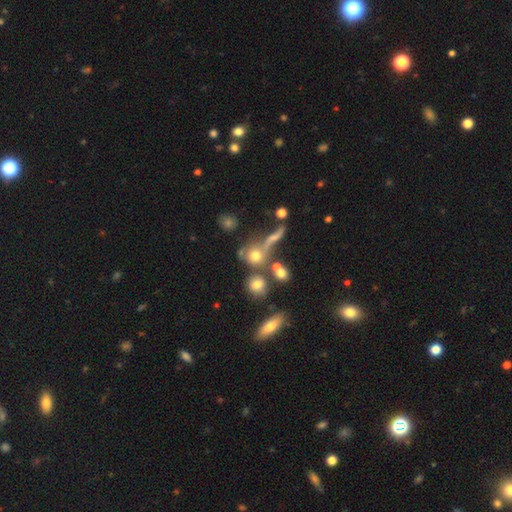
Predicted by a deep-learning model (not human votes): Smooth or featured?
  - smooth: 64% *
  - featured or disk: 19%
  - star or artifact: 17%
How rounded?
  - round: 77% *
  - in between: 18%
  - cigar-shaped: 5%
Merging?
  - none: 41% *
  - merger: 36%
  - minor disturbance: 11%
  - major disturbance: 11%